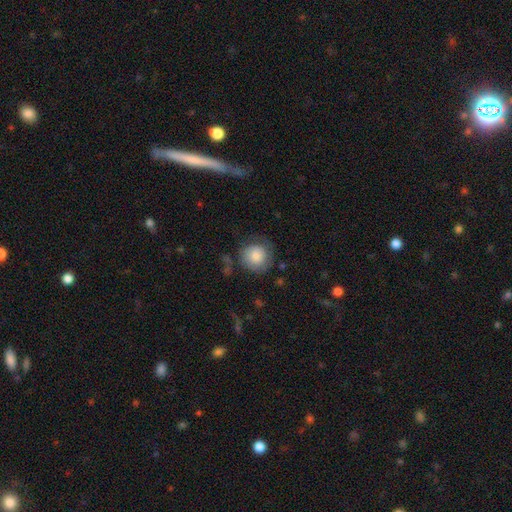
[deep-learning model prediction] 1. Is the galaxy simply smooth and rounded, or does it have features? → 79% smooth, 14% featured or disk, 7% star or artifact.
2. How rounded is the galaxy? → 91% round, 8% in between, 1% cigar-shaped.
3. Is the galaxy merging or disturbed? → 66% none, 20% minor disturbance, 12% major disturbance, 2% merger.